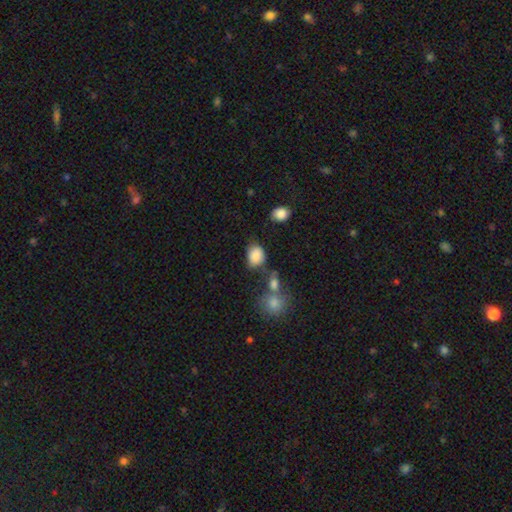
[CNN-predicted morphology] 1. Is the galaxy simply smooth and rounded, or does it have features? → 85% smooth, 9% star or artifact, 6% featured or disk.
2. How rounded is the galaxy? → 58% in between, 40% round, 1% cigar-shaped.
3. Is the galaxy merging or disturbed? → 52% none, 29% minor disturbance, 9% merger, 9% major disturbance.